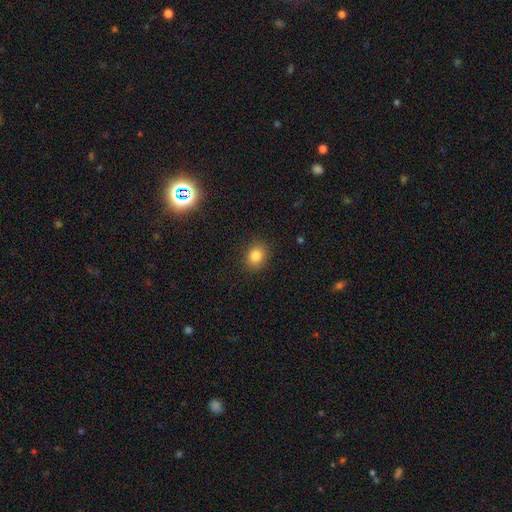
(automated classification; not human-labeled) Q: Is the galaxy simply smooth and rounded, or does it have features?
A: smooth — 83%.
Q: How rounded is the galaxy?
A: round — 58%.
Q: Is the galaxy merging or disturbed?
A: none — 88%.